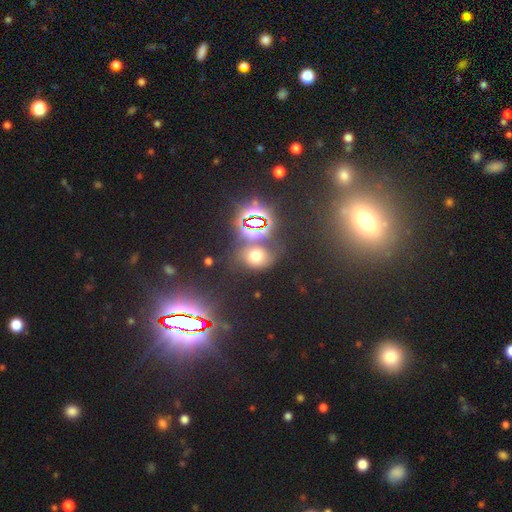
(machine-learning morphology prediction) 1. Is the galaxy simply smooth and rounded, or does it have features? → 53% smooth, 36% star or artifact, 11% featured or disk.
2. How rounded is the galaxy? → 54% round, 44% in between, 2% cigar-shaped.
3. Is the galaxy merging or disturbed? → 64% none, 14% merger, 13% minor disturbance, 8% major disturbance.